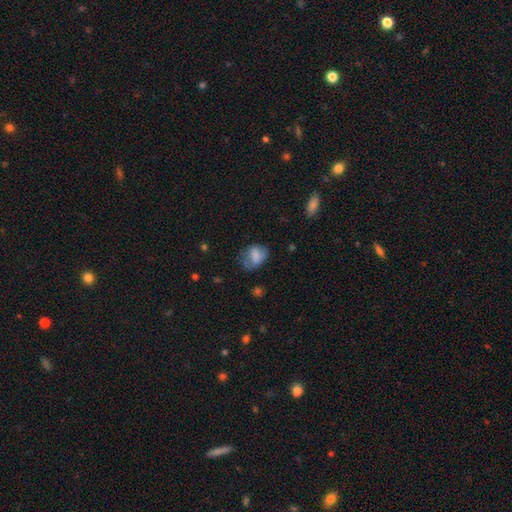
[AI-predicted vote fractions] Morphology: type=smooth (73%); roundness=in between (61%); merging=none (48%).